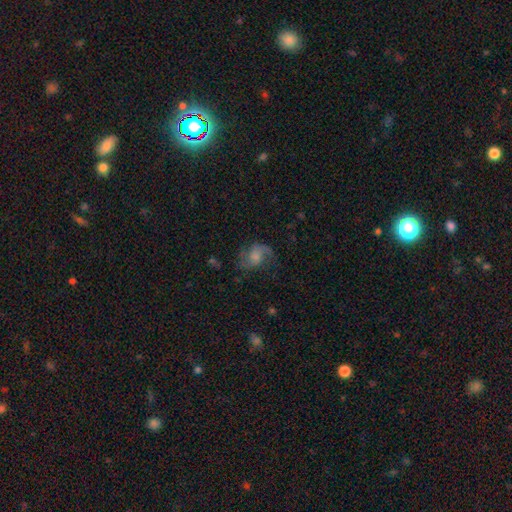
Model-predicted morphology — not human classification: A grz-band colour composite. It shows a featured or disk galaxy (59%) with no bar (64%), 2 (71%) loose (55%) spiral arms (87%) and a moderate central bulge (33%). Merging: none (54%).